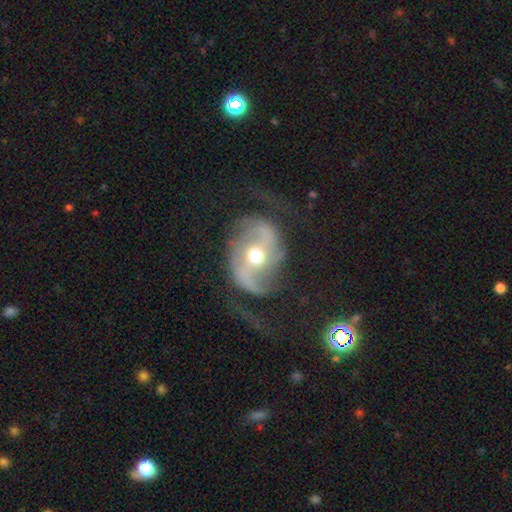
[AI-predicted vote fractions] A featured or disk galaxy (86%) with no bar (36%), 2 (88%) loose (48%) spiral arms (94%) and a moderate central bulge (73%). Merging: none (61%).